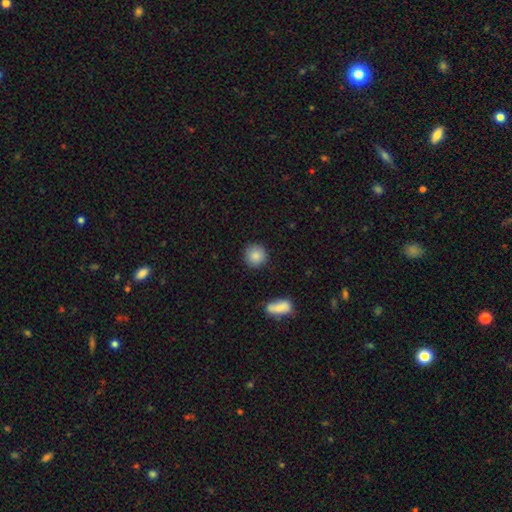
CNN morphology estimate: A smooth galaxy with no disk features (86%) that is round (92%).

Vote fractions:
- Smooth or featured? smooth: 86% / star or artifact: 8% / featured or disk: 5%
- How rounded? round: 92% / in between: 7% / cigar-shaped: 1%
- Merging? none: 88% / minor disturbance: 8% / major disturbance: 2% / merger: 2%